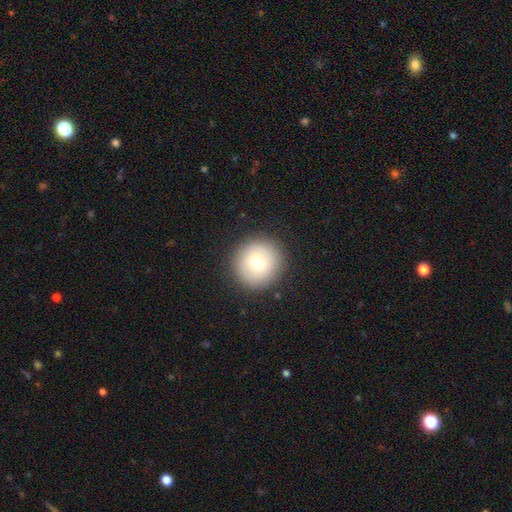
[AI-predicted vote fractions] This appears to be a smooth galaxy with no disk features (70%) that is round (94%). Merging: none (88%).